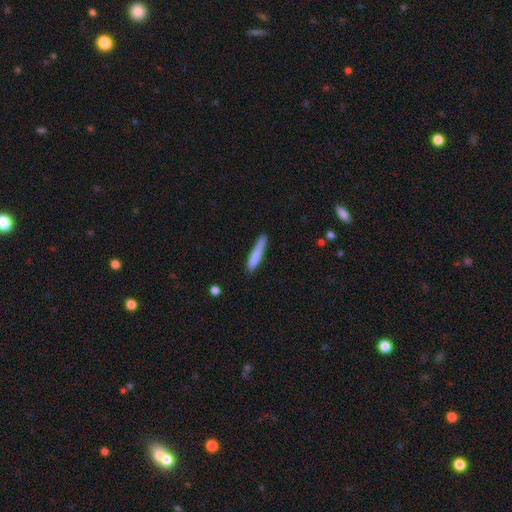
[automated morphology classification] Smooth or featured? smooth (81%)
How rounded? cigar-shaped (92%)
Merging? none (75%)